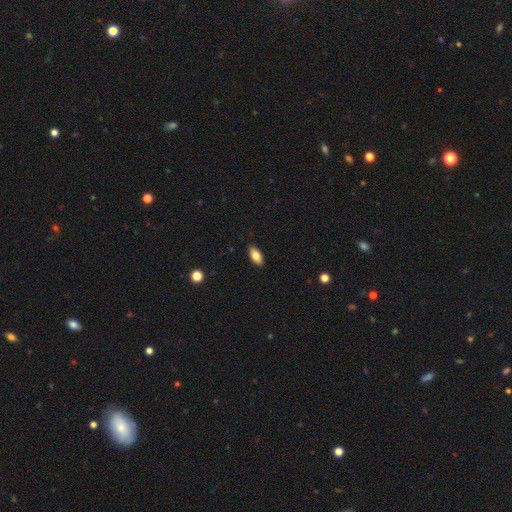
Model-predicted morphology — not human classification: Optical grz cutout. It shows a smooth galaxy with no disk features (82%) that is in between round and cigar-shaped (89%). Merging: none (89%).